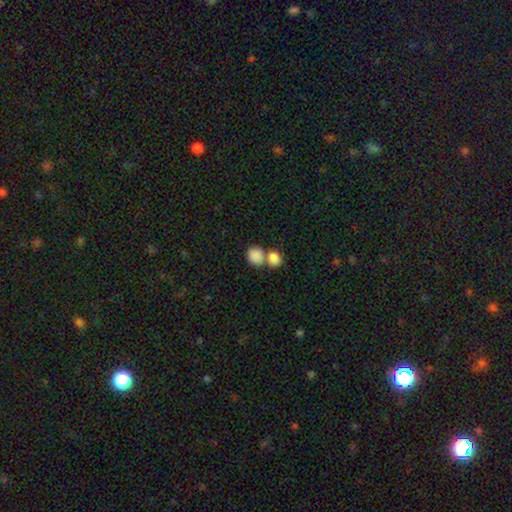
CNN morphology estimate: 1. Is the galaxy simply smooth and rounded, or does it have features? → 86% smooth, 8% star or artifact, 6% featured or disk.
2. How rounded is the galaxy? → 66% round, 33% in between, 1% cigar-shaped.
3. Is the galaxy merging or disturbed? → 53% merger, 36% none, 7% minor disturbance, 3% major disturbance.